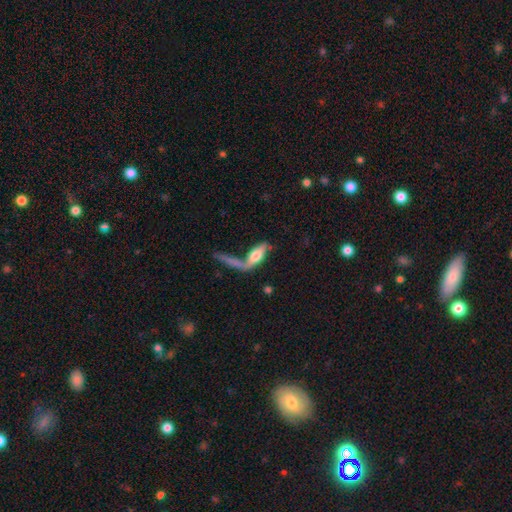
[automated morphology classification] This is possibly a smooth galaxy (54%). How rounded: possibly in between (55%). Merging: marginally merger (37%).